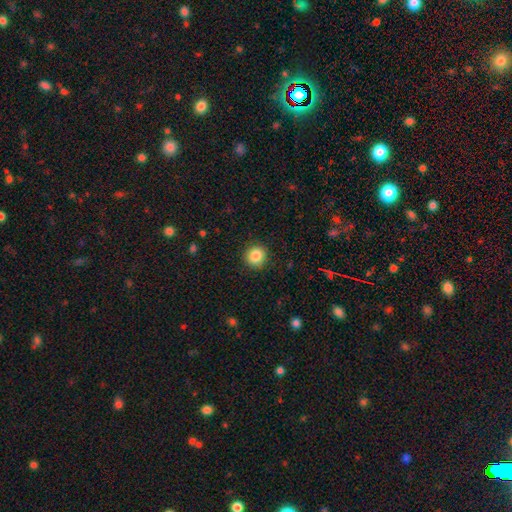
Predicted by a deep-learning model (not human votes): Smooth or featured? smooth (85%)
How rounded? round (91%)
Merging? none (91%)